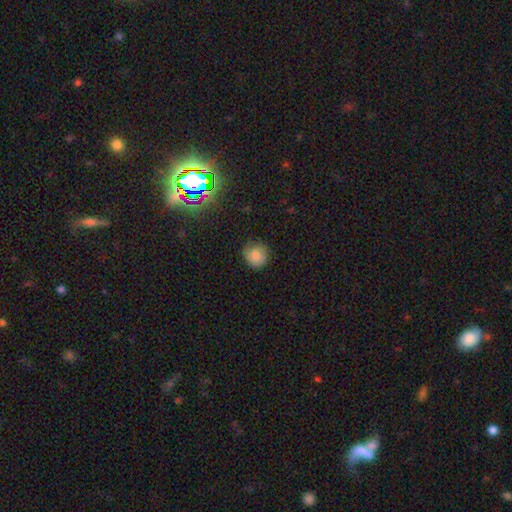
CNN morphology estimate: Smooth or featured: smooth — 75% (featured or disk — 14%)
How rounded: round — 86% (in between — 13%)
Merging: none — 72% (minor disturbance — 21%)